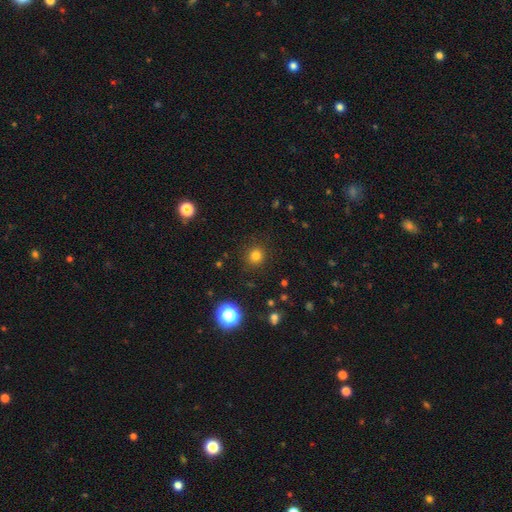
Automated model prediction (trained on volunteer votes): Overall: smooth (79%). How rounded: round (92%). Merging: none (90%).